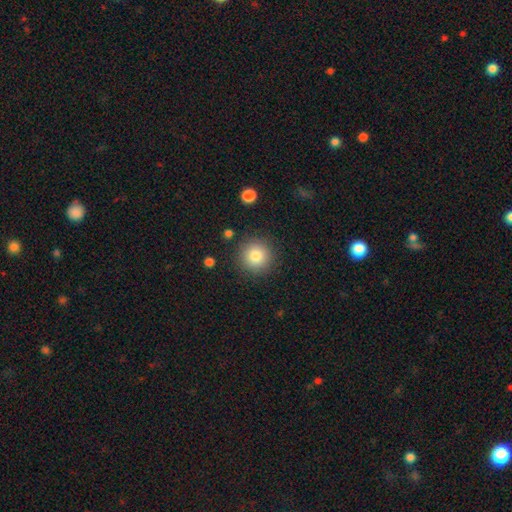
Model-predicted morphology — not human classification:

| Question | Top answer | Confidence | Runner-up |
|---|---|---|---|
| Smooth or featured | smooth | 81% | star or artifact (11%) |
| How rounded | round | 95% | in between (4%) |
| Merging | none | 89% | minor disturbance (7%) |